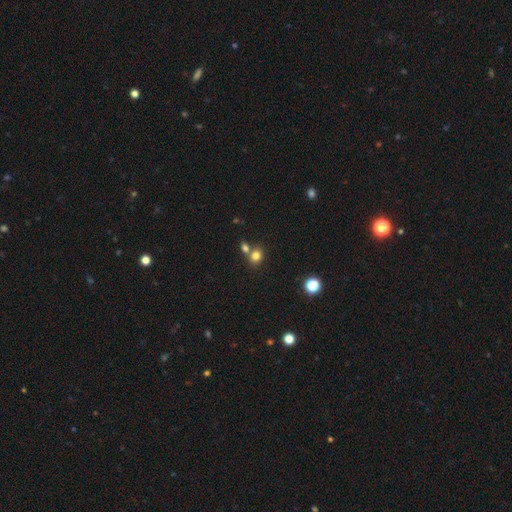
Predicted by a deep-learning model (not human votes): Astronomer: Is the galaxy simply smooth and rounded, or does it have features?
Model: smooth — 80%.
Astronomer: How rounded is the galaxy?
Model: round — 61% (runner-up: in between, 38%).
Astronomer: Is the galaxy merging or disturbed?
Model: none — 53% (runner-up: merger, 35%).